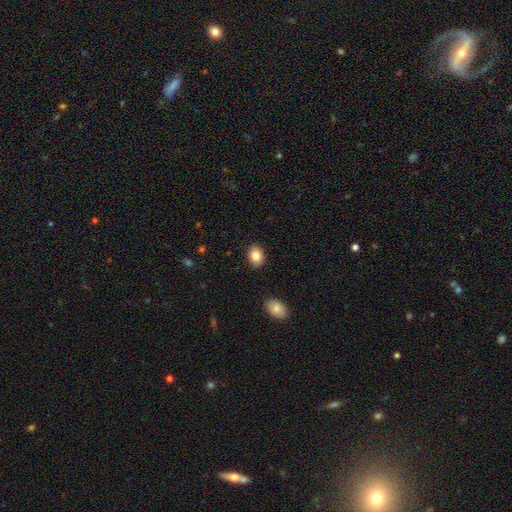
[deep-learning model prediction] Smooth or featured? smooth (83%)
How rounded? in between (66%)
Merging? none (88%)